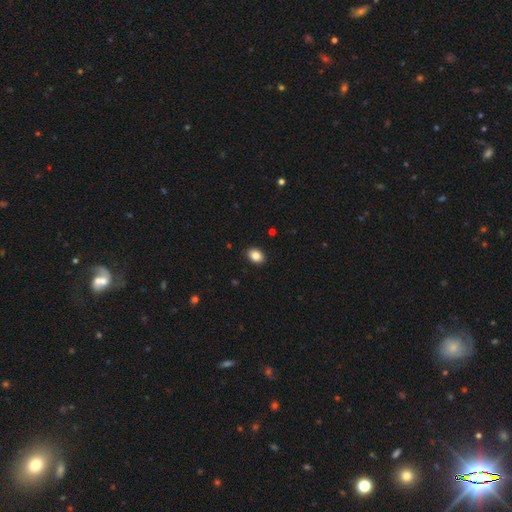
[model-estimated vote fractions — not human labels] Morphology: type=smooth (86%); roundness=in between (64%); merging=none (90%).